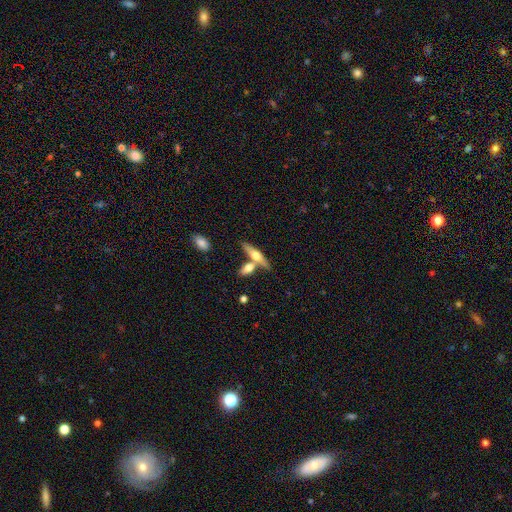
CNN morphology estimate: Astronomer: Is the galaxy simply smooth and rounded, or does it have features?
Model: featured or disk — 48% (runner-up: smooth, 46%).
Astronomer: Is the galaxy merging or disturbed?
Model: none — 52% (runner-up: merger, 33%).